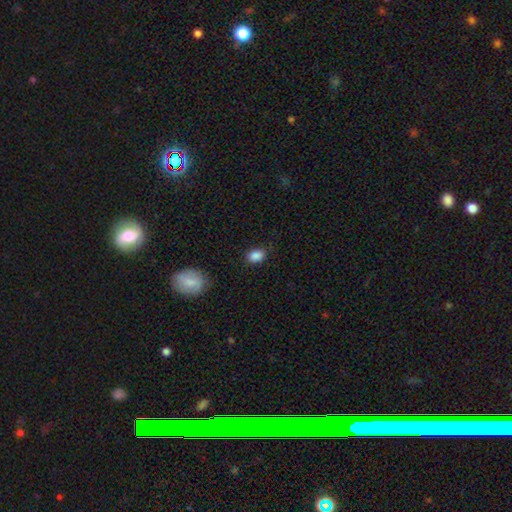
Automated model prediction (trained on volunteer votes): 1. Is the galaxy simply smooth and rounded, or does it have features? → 87% smooth, 9% star or artifact, 4% featured or disk.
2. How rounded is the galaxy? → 71% in between, 28% round, 1% cigar-shaped.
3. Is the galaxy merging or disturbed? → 82% none, 13% minor disturbance, 3% major disturbance, 1% merger.